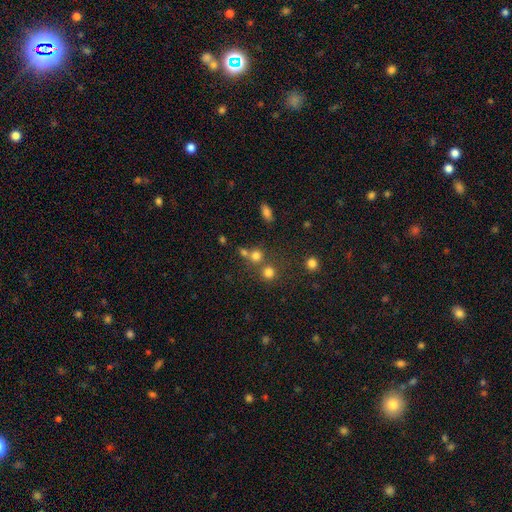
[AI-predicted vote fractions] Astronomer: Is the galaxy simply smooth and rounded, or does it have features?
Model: smooth — 74%.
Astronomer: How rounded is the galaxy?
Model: round — 87%.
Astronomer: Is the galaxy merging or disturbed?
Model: none — 57%.